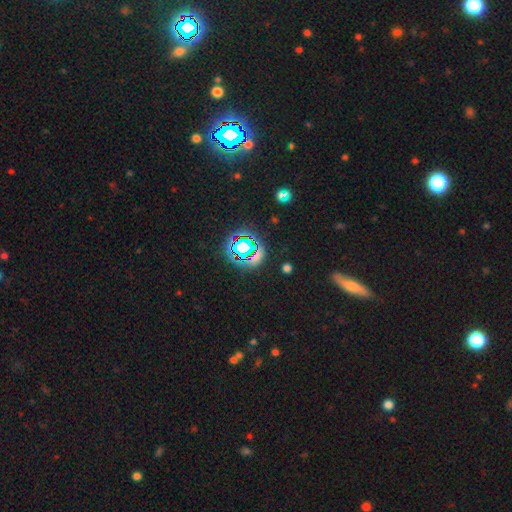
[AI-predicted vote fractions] This is likely a star or artifact rather than a galaxy (66%).